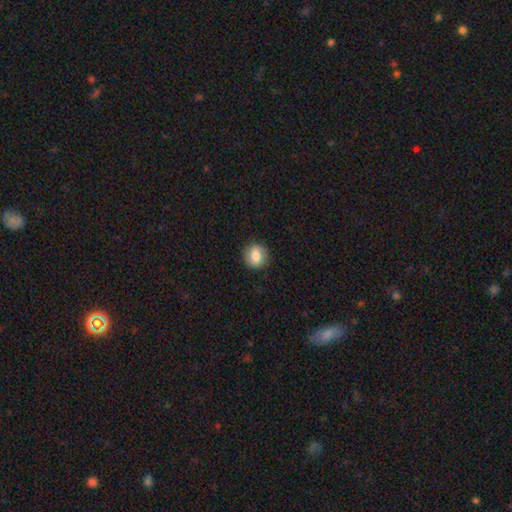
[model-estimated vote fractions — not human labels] Morphology: type=smooth (82%); roundness=round (83%); merging=none (88%).